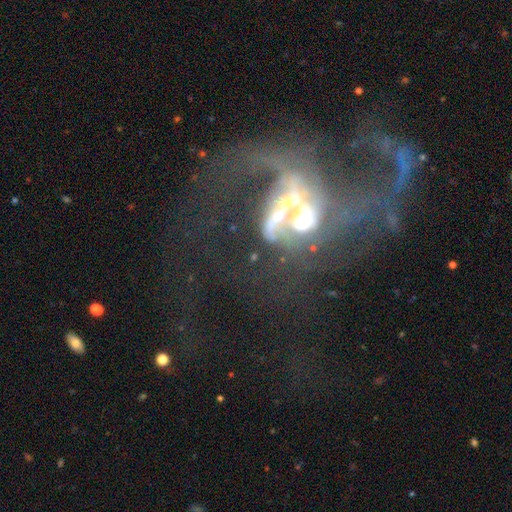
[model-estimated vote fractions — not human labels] featured or disk 78%, star or artifact 13%, smooth 8%. Down the decision tree: edge-on disk — no (97%); bar — no (41%); spiral arms — yes (77%); spiral arm count — 2 (53%); spiral winding — loose (68%); bulge size — moderate (51%); merging — major disturbance (44%).